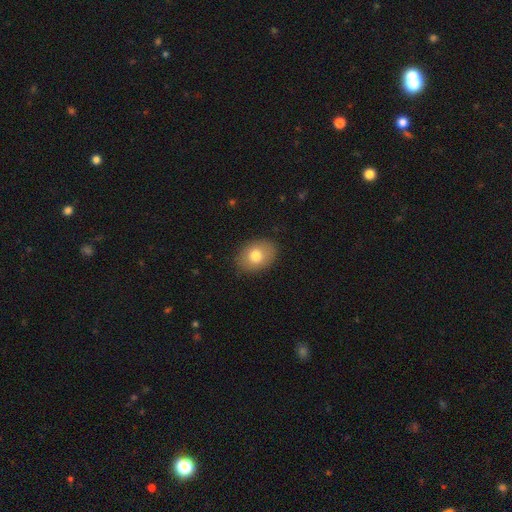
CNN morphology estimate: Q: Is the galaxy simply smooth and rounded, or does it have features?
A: smooth — 78%.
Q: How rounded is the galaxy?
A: in between — 69%.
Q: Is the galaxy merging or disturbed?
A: none — 87%.